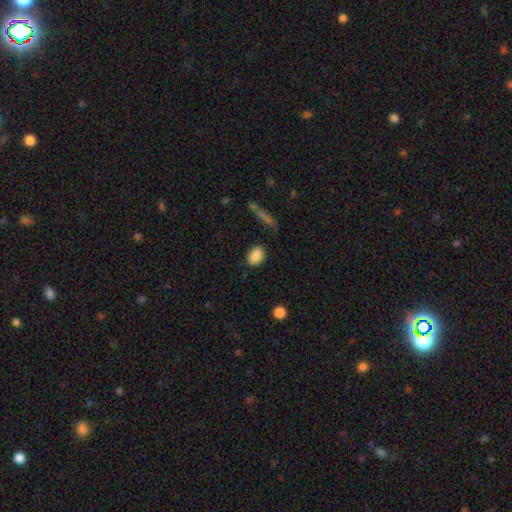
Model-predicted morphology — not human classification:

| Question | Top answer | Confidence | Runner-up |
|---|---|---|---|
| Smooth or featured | smooth | 88% | star or artifact (8%) |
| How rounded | in between | 79% | round (19%) |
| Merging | none | 85% | minor disturbance (11%) |